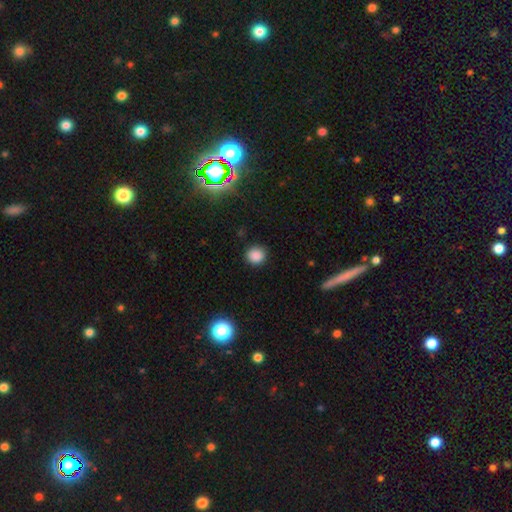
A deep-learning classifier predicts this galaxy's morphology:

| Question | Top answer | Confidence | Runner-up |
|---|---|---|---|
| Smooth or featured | smooth | 85% | star or artifact (12%) |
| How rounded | round | 85% | in between (14%) |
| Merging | none | 88% | minor disturbance (8%) |